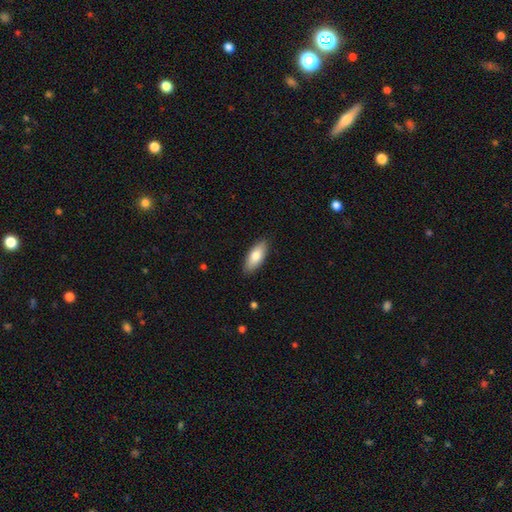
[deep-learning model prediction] Smooth or featured: smooth — 79% (featured or disk — 16%)
How rounded: in between — 81% (cigar-shaped — 17%)
Merging: none — 88% (minor disturbance — 9%)